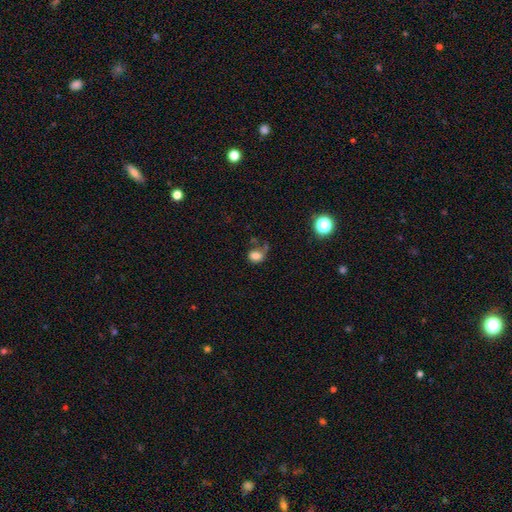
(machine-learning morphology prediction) The model was most divided on "how rounded": in between: 54%, round: 45%, cigar-shaped: 1%. Remaining: smooth or featured — smooth (74%); merging — none (38%).